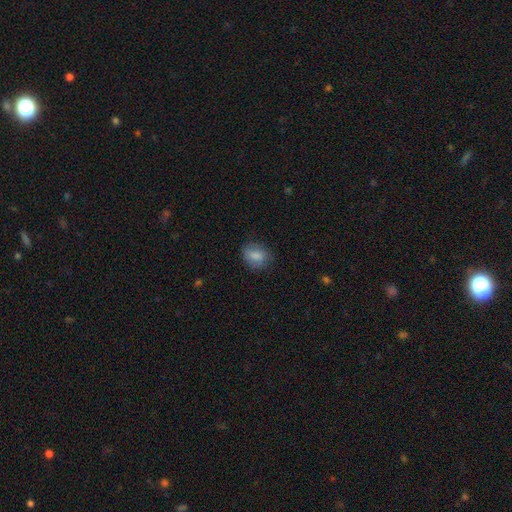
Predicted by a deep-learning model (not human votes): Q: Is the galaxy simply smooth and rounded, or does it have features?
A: smooth — 82%.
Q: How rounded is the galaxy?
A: in between — 60%.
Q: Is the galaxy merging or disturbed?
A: none — 74%.